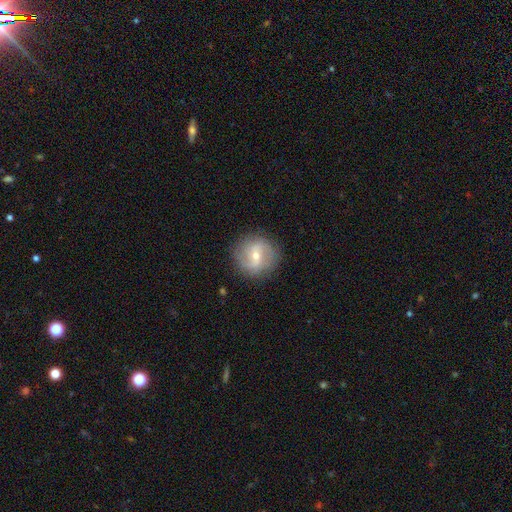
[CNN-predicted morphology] smooth-or-featured: featured or disk: 68% | smooth: 25% | star or artifact: 7%
  disk-edge-on: no: 96% | yes: 4%
    bar: weak: 50% | no: 29% | strong: 22%
    has-spiral-arms: yes: 84% | no: 16%
      spiral-winding: medium: 42% | loose: 34% | tight: 23%
      spiral-arm-count: 2: 73% | can't tell: 13% | 3: 6% | 1: 3% | 4: 2% | more than 4: 2%
    bulge-size: small: 56% | moderate: 41% | large: 1% | none: 1% | dominant: 1%
  merging: none: 85% | minor disturbance: 10% | major disturbance: 4% | merger: 1%